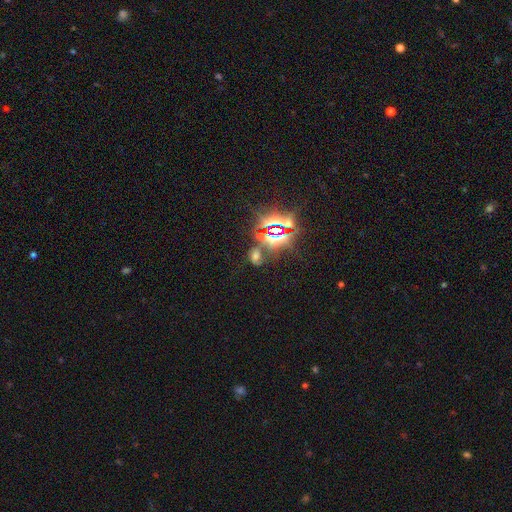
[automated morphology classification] type=star or artifact (54%).